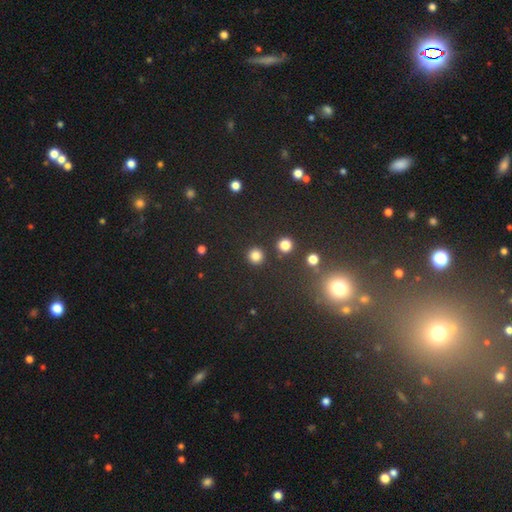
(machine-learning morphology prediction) A smooth galaxy with no disk features (81%) that is round (93%). Merging: none (89%).